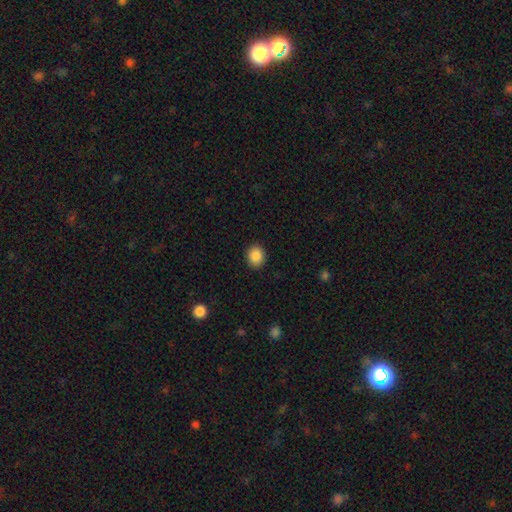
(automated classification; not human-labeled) smooth-or-featured: smooth: 87% | star or artifact: 9% | featured or disk: 4%
  how-rounded: round: 63% | in between: 37% | cigar-shaped: 1%
  merging: none: 91% | minor disturbance: 6% | major disturbance: 2% | merger: 1%